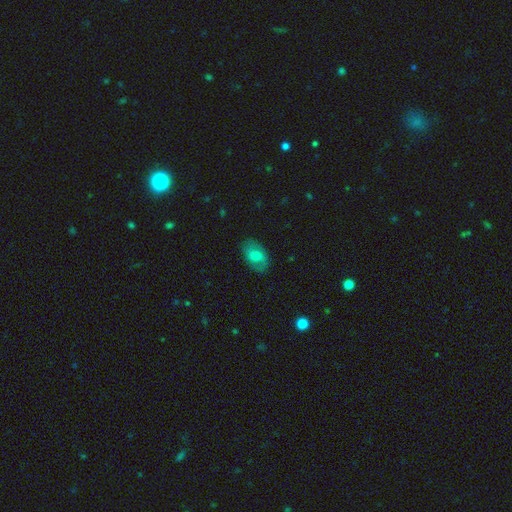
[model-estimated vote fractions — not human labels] Smooth or featured? Predicted: smooth (p=0.61). How rounded? Predicted: in between (p=0.88). Merging? Predicted: none (p=0.77).